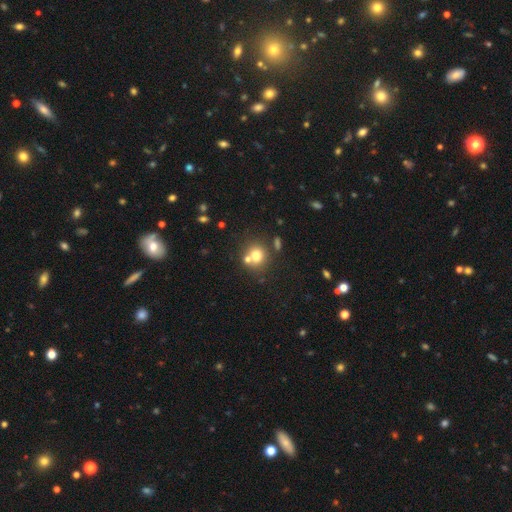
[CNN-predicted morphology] smooth-or-featured: smooth: 74% | star or artifact: 13% | featured or disk: 13%
  how-rounded: round: 81% | in between: 18% | cigar-shaped: 1%
  merging: none: 58% | merger: 29% | minor disturbance: 10% | major disturbance: 4%